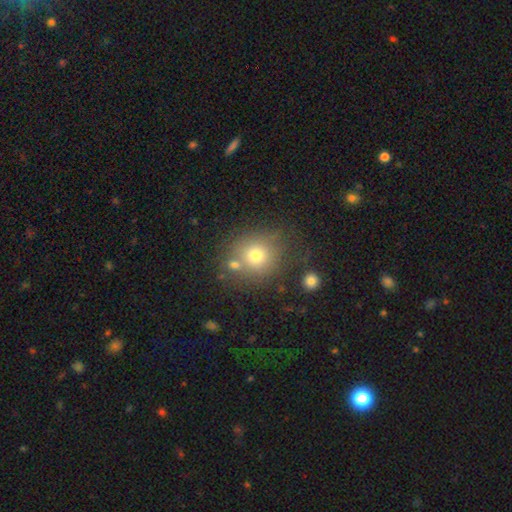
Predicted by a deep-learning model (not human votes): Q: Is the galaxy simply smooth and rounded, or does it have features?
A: smooth — 71%.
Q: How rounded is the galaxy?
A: round — 85%.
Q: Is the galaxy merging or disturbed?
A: none — 67%.